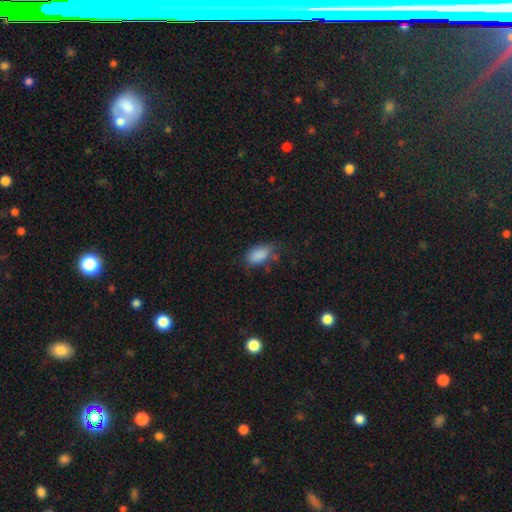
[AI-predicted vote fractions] Q: Smooth or featured?
A: smooth (87%); runner-up: star or artifact (8%)
Q: How rounded?
A: in between (92%); runner-up: round (6%)
Q: Merging?
A: none (62%); runner-up: minor disturbance (27%)